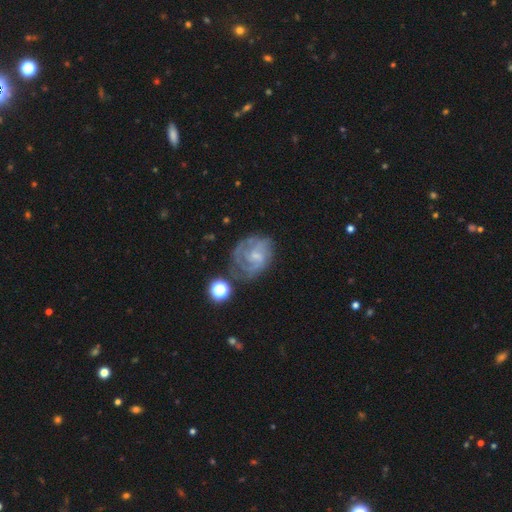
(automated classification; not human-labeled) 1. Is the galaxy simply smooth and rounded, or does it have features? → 76% featured or disk, 15% smooth, 9% star or artifact.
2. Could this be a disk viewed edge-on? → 98% no, 2% yes.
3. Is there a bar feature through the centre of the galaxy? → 47% no, 44% weak, 8% strong.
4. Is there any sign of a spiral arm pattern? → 88% yes, 12% no.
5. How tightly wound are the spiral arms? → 49% tight, 38% medium, 13% loose.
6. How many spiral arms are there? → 35% can't tell, 32% 2, 19% 3, 7% 1, 5% 4, 4% more than 4.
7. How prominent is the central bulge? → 50% small, 26% none, 21% moderate, 2% large, 1% dominant.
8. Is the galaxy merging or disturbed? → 55% none, 23% minor disturbance, 18% major disturbance, 5% merger.